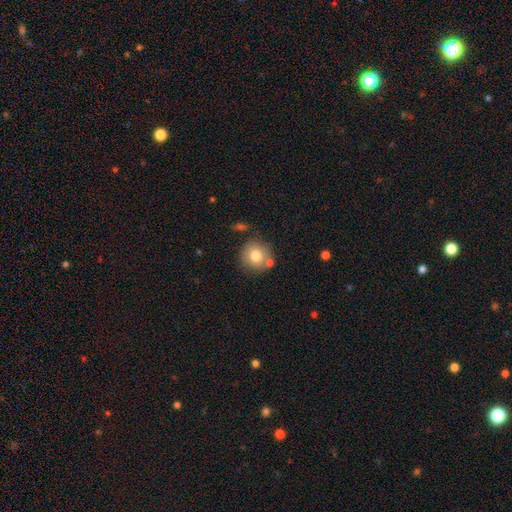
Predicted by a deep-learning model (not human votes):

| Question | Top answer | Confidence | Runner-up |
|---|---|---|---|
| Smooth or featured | smooth | 77% | featured or disk (14%) |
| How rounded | round | 91% | in between (8%) |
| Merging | none | 74% | minor disturbance (12%) |